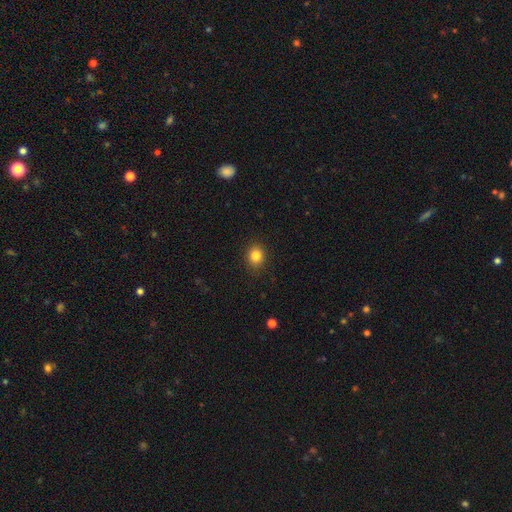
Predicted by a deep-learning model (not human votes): The model was most divided on "how rounded": round: 69%, in between: 30%, cigar-shaped: 1%. More confident: merging — none (88%); smooth or featured — smooth (84%).